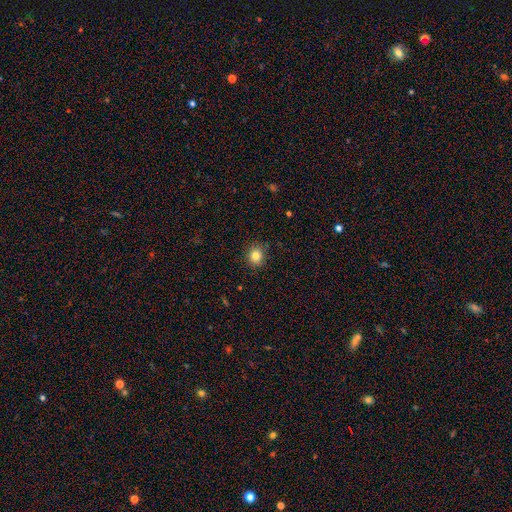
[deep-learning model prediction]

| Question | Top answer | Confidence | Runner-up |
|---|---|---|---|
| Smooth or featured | smooth | 82% | star or artifact (12%) |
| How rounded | round | 82% | in between (17%) |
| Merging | none | 89% | minor disturbance (8%) |